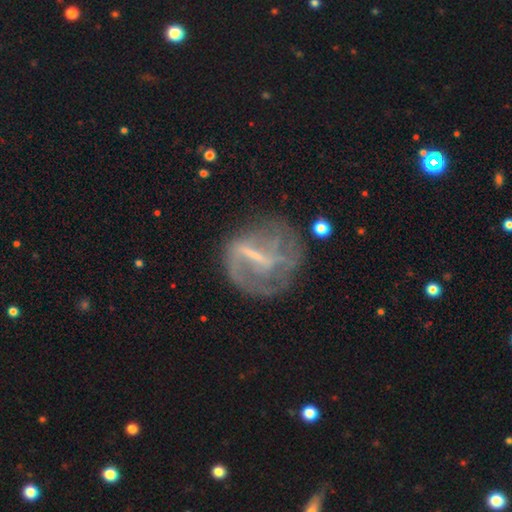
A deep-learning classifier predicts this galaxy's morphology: Smooth or featured? Predicted: featured or disk (p=0.69). Edge-on disk? Predicted: no (p=0.94). Bar? Predicted: strong (p=0.54). Spiral arms? Predicted: yes (p=0.51). Bulge size? Predicted: none (p=0.40). Merging? Predicted: none (p=0.48).